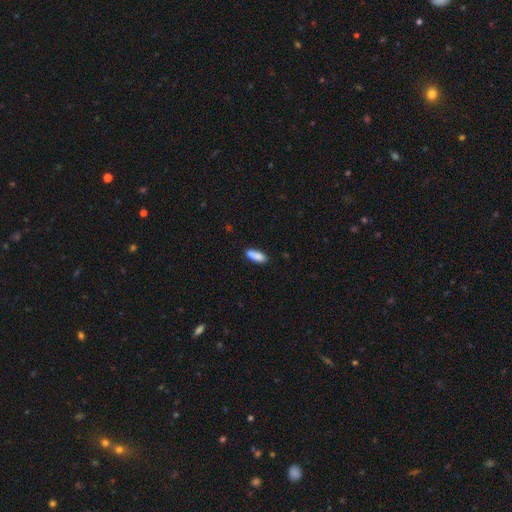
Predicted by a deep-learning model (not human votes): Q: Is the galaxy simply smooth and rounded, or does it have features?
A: smooth — 84%.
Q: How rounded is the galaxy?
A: in between — 66%.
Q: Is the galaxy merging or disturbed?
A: none — 69%.